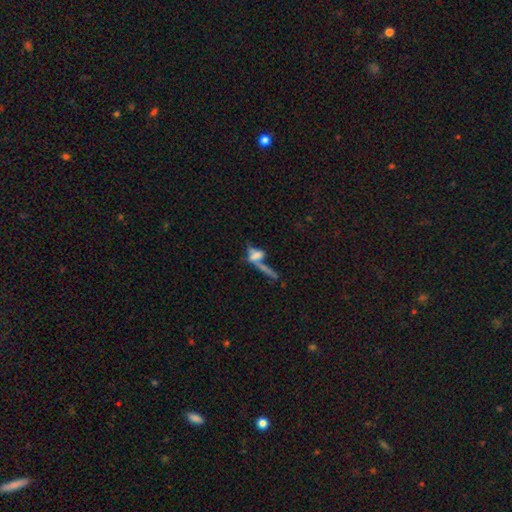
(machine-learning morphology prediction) Overall: smooth (49%; featured or disk 37%). Merging: merger (52%; none 23%).